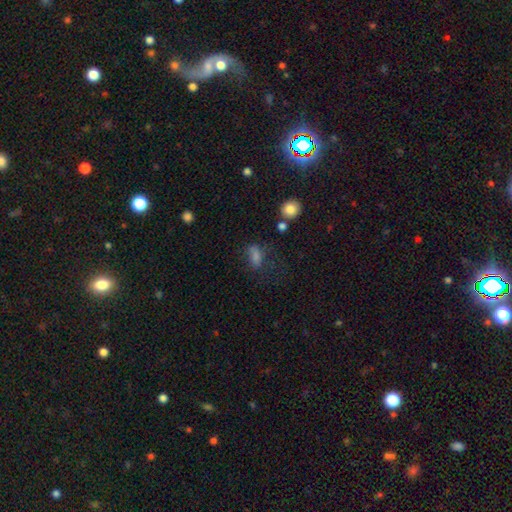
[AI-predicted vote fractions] The model was most divided on "merging": none: 51%, minor disturbance: 23%, major disturbance: 22%, merger: 5%. More confident: how rounded — in between (72%); smooth or featured — smooth (64%).